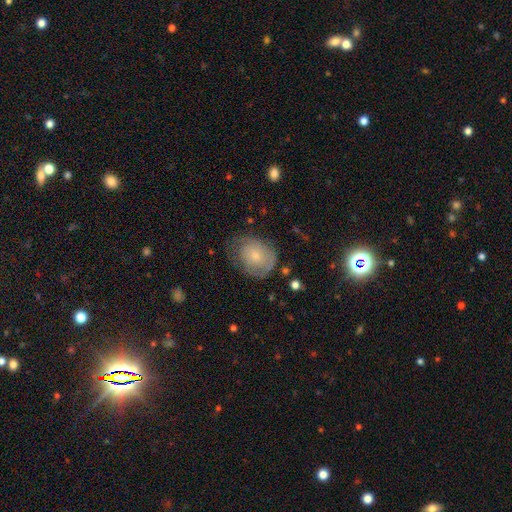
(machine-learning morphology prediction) A smooth galaxy with no disk features (56%) that is round (56%).

Vote fractions:
- Smooth or featured? smooth: 56% / featured or disk: 35% / star or artifact: 8%
- How rounded? round: 56% / in between: 43% / cigar-shaped: 1%
- Merging? none: 57% / minor disturbance: 28% / major disturbance: 14% / merger: 2%